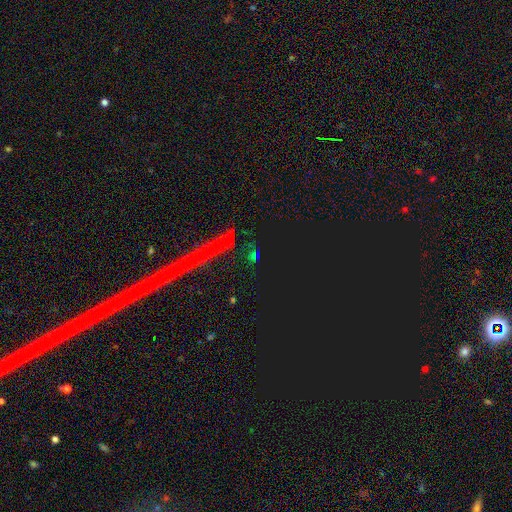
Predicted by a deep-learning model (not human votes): Smooth or featured?
  - star or artifact: 72% *
  - smooth: 17%
  - featured or disk: 11%